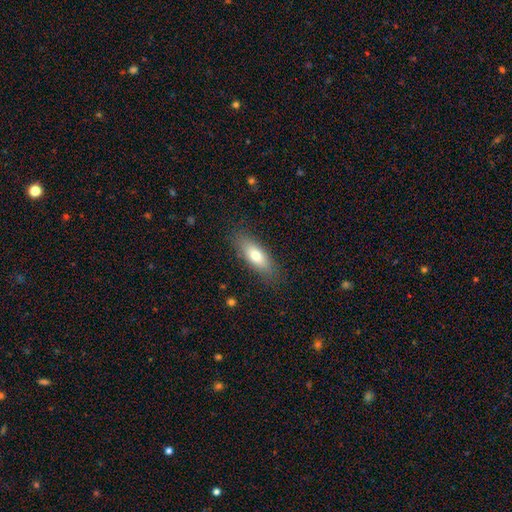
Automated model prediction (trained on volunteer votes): A smooth galaxy with no disk features (73%) that is in between round and cigar-shaped (68%).

Vote fractions:
- Smooth or featured? smooth: 73% / featured or disk: 20% / star or artifact: 7%
- How rounded? in between: 68% / cigar-shaped: 29% / round: 3%
- Merging? none: 84% / minor disturbance: 12% / major disturbance: 3% / merger: 1%